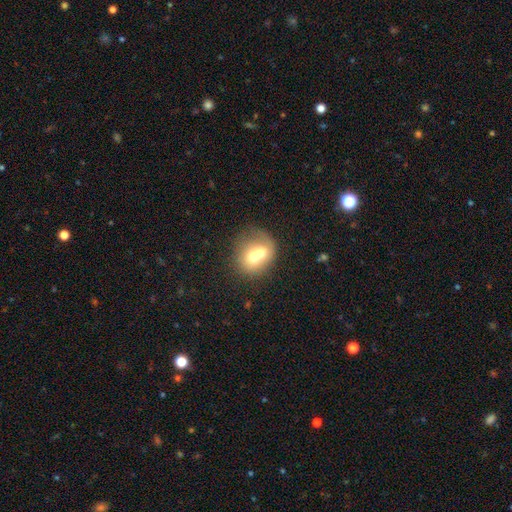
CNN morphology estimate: Smooth or featured: smooth — 62% (featured or disk — 30%)
How rounded: round — 69% (in between — 30%)
Merging: merger — 68% (none — 21%)